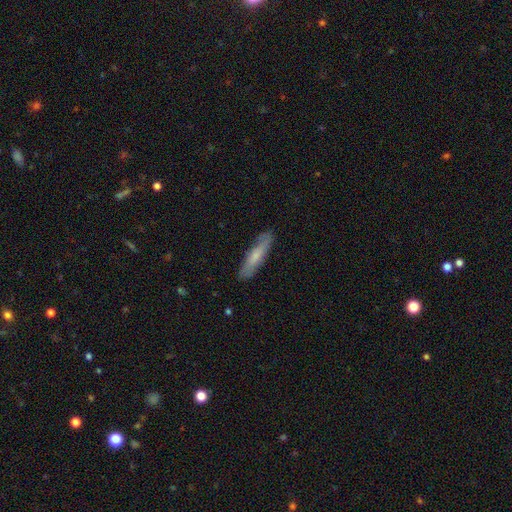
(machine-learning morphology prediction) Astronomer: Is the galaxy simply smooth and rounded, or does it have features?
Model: smooth — 64%.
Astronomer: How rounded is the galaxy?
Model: cigar-shaped — 85%.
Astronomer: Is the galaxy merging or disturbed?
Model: none — 86%.